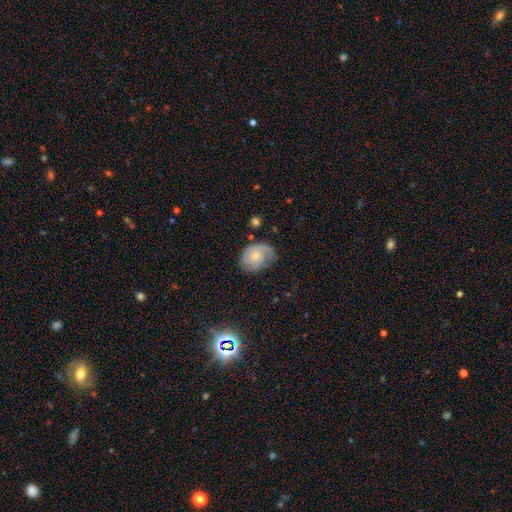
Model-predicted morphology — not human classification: featured or disk 65%, smooth 28%, star or artifact 7%. Down the decision tree: edge-on disk — no (97%); bar — no (75%); spiral arms — yes (89%); spiral arm count — 2 (37%); spiral winding — tight (56%); bulge size — small (57%); merging — none (61%).